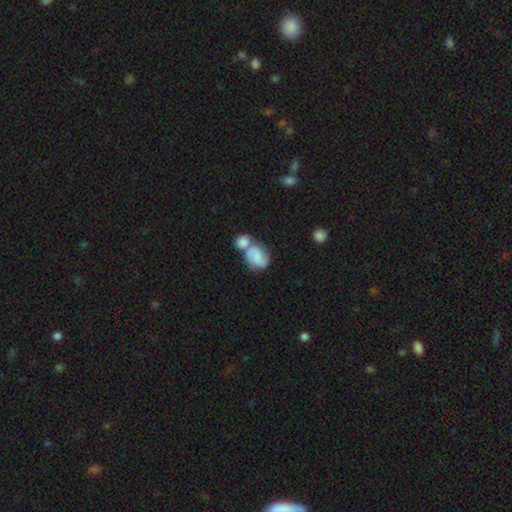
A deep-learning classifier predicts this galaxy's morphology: The model was most divided on "smooth or featured" (2-way tie): smooth: 46%, featured or disk: 46%, star or artifact: 8%. More confident: merging — merger (57%).